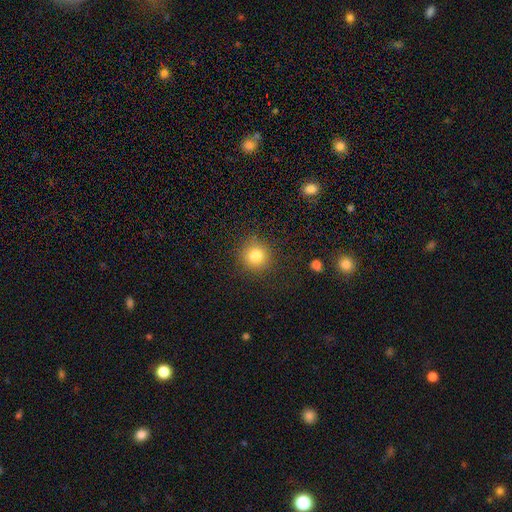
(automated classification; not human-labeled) smooth_or_featured: smooth (p=0.81) [alt: star or artifact p=0.12]
how_rounded: round (p=0.93) [alt: in between p=0.06]
merging: none (p=0.87) [alt: minor disturbance p=0.08]